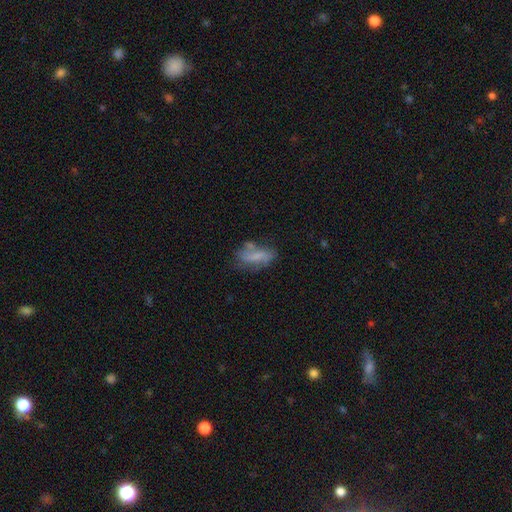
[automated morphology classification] A smooth galaxy with no disk features (53%) that is in between round and cigar-shaped (77%). Merging: none (44%).